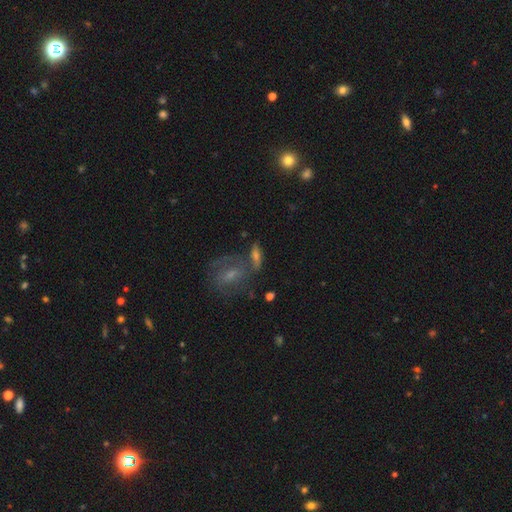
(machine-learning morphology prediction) This appears to be a featured or disk galaxy (43%). Merging: none (51%).